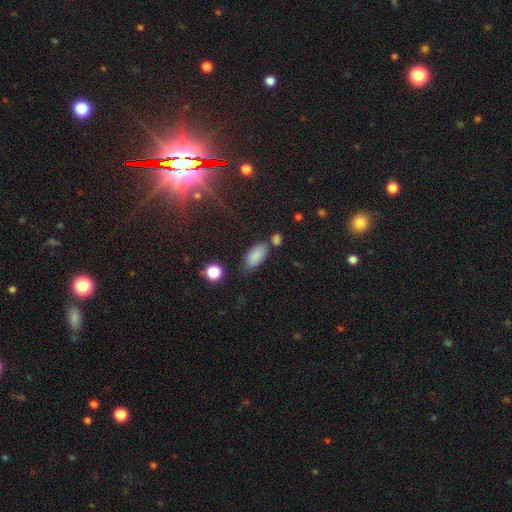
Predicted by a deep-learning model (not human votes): Q: Smooth or featured?
A: smooth (85%); runner-up: star or artifact (9%)
Q: How rounded?
A: in between (91%); runner-up: cigar-shaped (5%)
Q: Merging?
A: none (67%); runner-up: minor disturbance (18%)